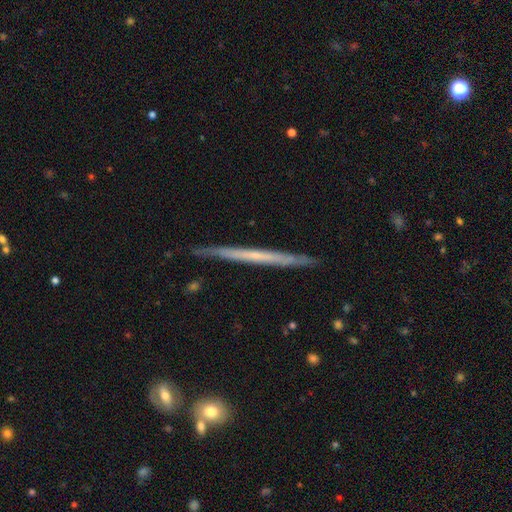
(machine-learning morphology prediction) Smooth or featured: featured or disk — 60% (smooth — 34%)
Edge-on disk: yes — 96% (no — 4%)
Edge-on bulge: none — 86% (rounded — 10%)
Merging: none — 87% (minor disturbance — 10%)